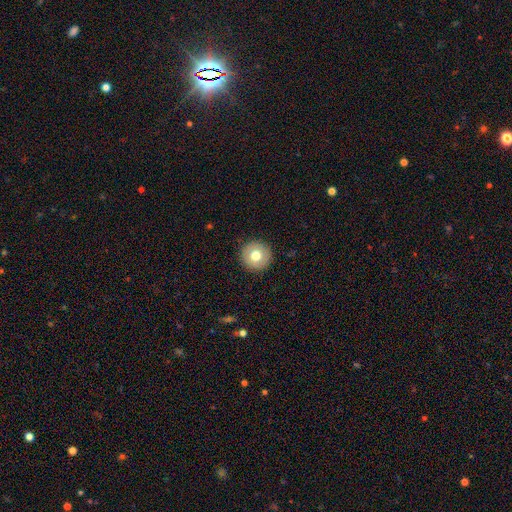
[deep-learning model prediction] Morphology: type=smooth (71%); roundness=round (96%); merging=none (92%).